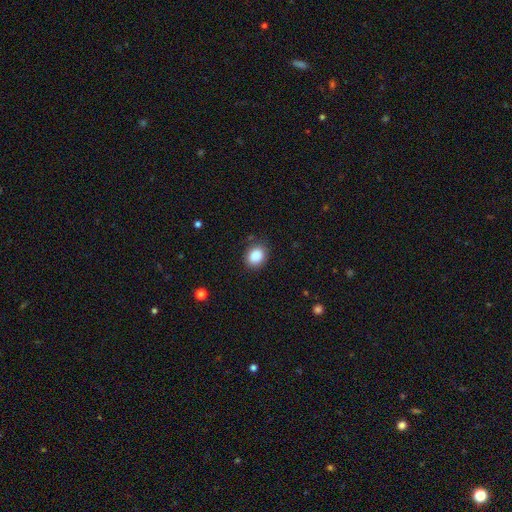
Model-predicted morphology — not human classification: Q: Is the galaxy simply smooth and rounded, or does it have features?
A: smooth — 88%.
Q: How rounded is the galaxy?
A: round — 54%.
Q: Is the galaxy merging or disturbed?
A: none — 81%.